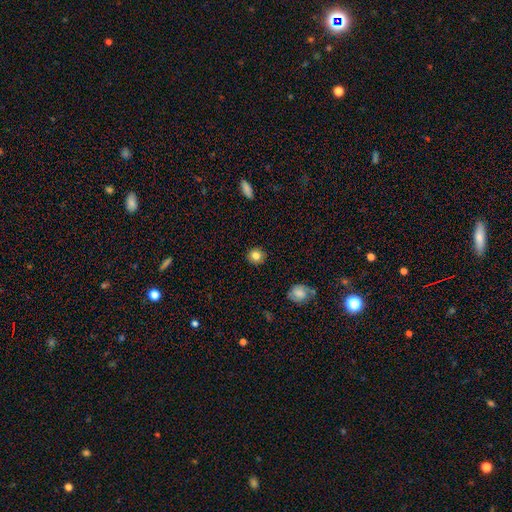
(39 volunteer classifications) Morphology: type=smooth (87%); roundness=round (88%); merging=none (78%).